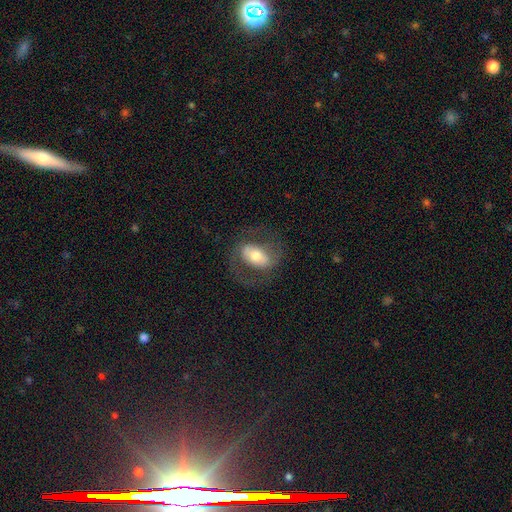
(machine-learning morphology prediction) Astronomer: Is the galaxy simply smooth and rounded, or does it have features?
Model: featured or disk — 57% (runner-up: smooth, 36%).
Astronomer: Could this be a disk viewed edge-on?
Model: no — 92%.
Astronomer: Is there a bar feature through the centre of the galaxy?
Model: strong — 39% (runner-up: weak, 31%).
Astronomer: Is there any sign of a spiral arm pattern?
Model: yes — 65%.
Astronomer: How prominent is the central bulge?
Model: moderate — 60%.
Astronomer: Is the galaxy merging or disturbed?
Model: none — 67%.